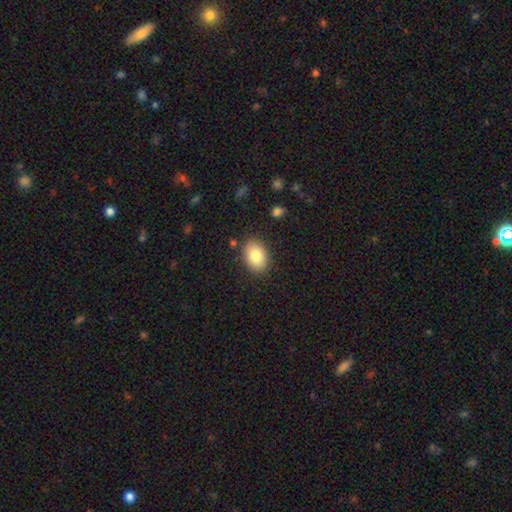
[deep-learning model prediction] This appears to be a smooth galaxy with no disk features (83%) that is in between round and cigar-shaped (79%). Merging: none (86%).